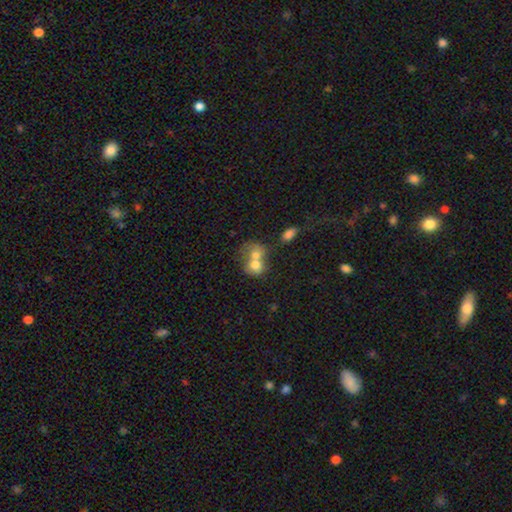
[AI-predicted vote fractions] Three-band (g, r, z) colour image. It shows a smooth galaxy with no disk features (68%) that is round (57%). Merging: merger (68%).